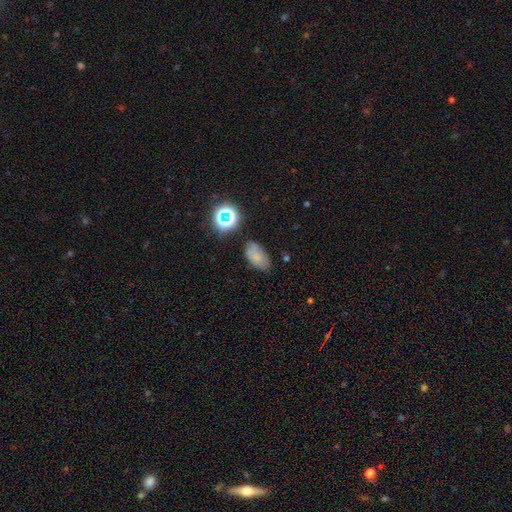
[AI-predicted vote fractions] Smooth or featured? smooth (67%)
How rounded? in between (90%)
Merging? none (70%)